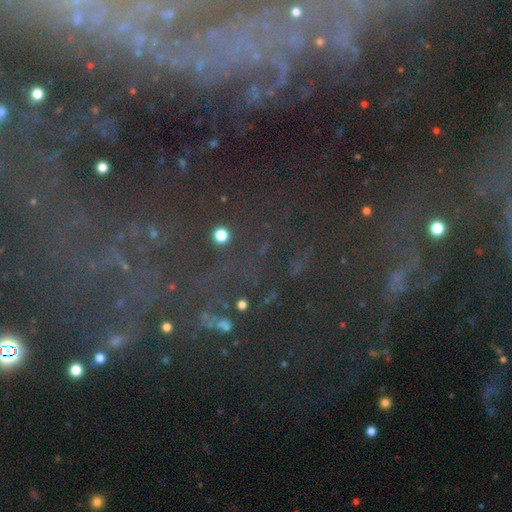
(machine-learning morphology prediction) Smooth or featured: star or artifact — 55% (featured or disk — 31%)